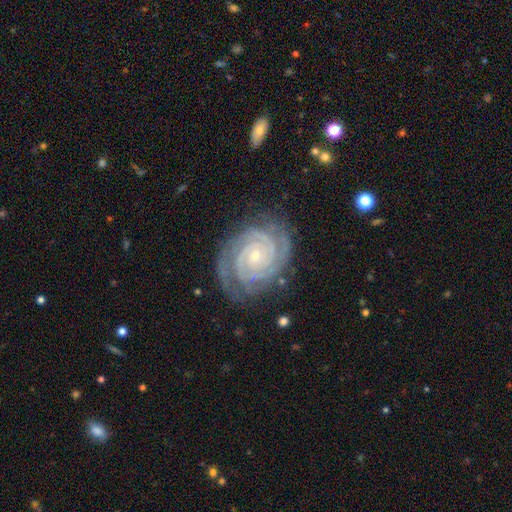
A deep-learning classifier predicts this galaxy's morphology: A featured or disk galaxy (92%) with no bar (74%), 2 (48%) tight (87%) spiral arms (99%) and a small central bulge (80%).

Vote fractions:
- Smooth or featured? featured or disk: 92% / star or artifact: 5% / smooth: 3%
- Edge-on disk? no: 98% / yes: 2%
- Bar? no: 74% / weak: 17% / strong: 8%
- Spiral arms? yes: 99% / no: 1%
- Spiral winding? tight: 87% / medium: 11% / loose: 1%
- Spiral arm count? 2: 48% / 3: 22% / 4: 10% / can't tell: 9% / more than 4: 5% / 1: 5%
- Bulge size? small: 80% / moderate: 16% / none: 2% / large: 1% / dominant: 1%
- Merging? none: 79% / minor disturbance: 15% / major disturbance: 5% / merger: 1%